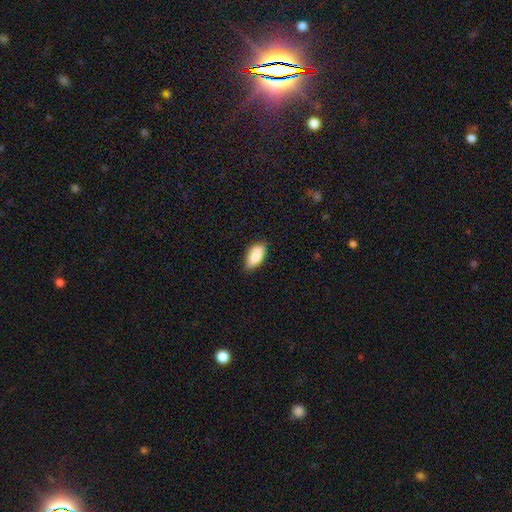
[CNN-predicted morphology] smooth 87%, star or artifact 7%, featured or disk 7%. Down the decision tree: how rounded — in between (90%); merging — none (74%).